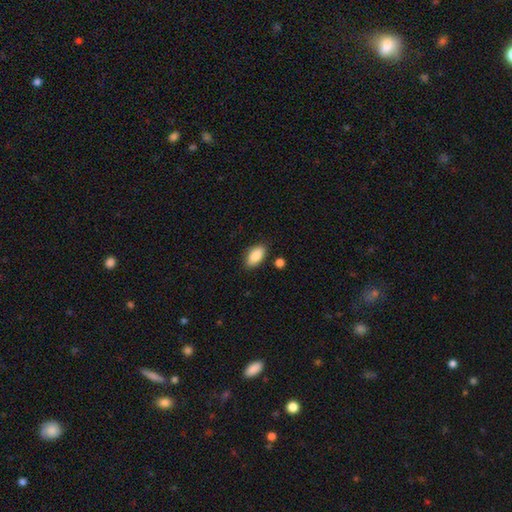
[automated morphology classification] This appears to be a smooth galaxy with no disk features (89%) that is in between round and cigar-shaped (93%). Merging: none (84%).